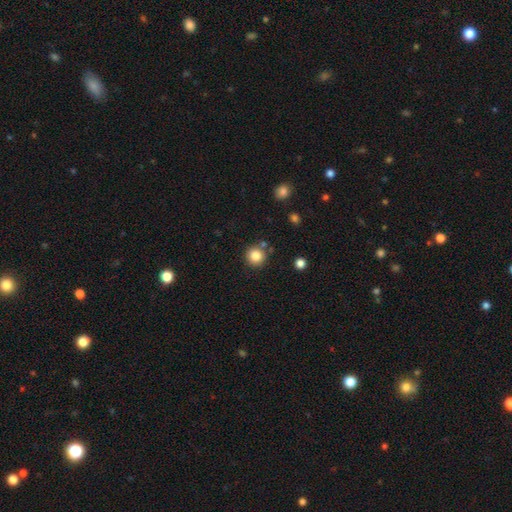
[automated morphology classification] smooth-or-featured: smooth: 84% | star or artifact: 11% | featured or disk: 6%
  how-rounded: round: 94% | in between: 6% | cigar-shaped: 1%
  merging: none: 83% | minor disturbance: 8% | merger: 7% | major disturbance: 3%